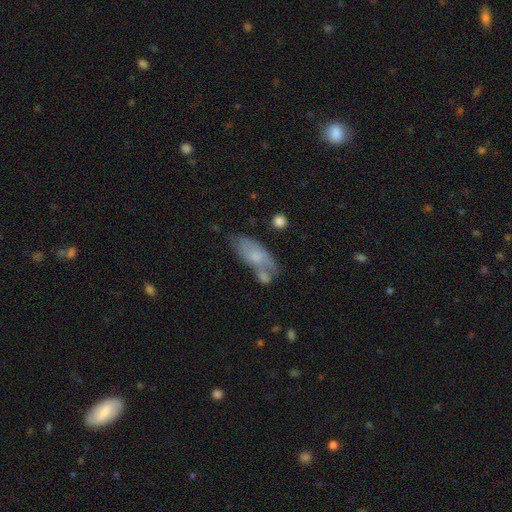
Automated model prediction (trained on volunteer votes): Smooth or featured: smooth — 63% (featured or disk — 30%)
How rounded: in between — 81% (cigar-shaped — 16%)
Merging: none — 44% (minor disturbance — 26%)